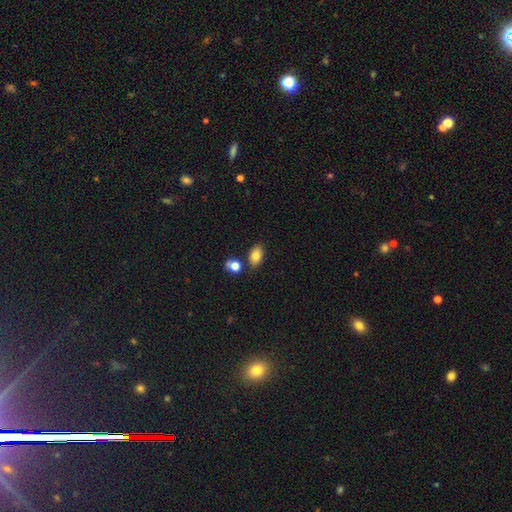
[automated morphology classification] smooth_or_featured: smooth (p=0.83) [alt: star or artifact p=0.09]
how_rounded: in between (p=0.86) [alt: round p=0.12]
merging: none (p=0.77) [alt: minor disturbance p=0.11]